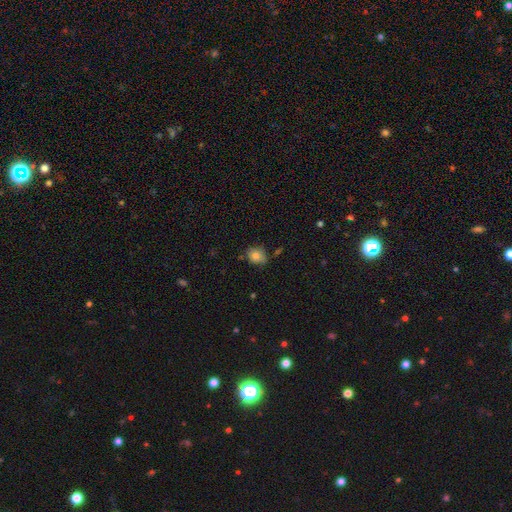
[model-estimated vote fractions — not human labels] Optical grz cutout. It shows a smooth galaxy with no disk features (80%) that is round (53%). Merging: none (73%).